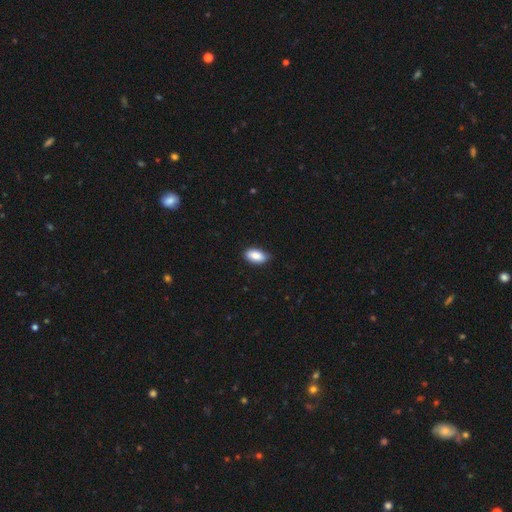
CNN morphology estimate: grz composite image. It shows a smooth galaxy with no disk features (88%) that is in between round and cigar-shaped (92%). Merging: none (81%).